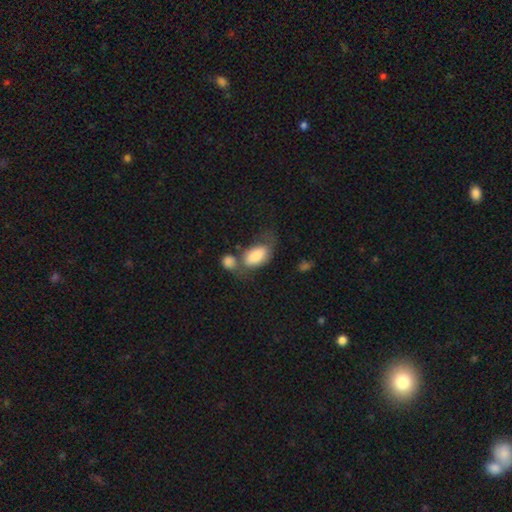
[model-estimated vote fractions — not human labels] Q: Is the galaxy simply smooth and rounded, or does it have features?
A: smooth — 79%.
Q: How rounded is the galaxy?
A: in between — 92%.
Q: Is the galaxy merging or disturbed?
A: merger — 34%.